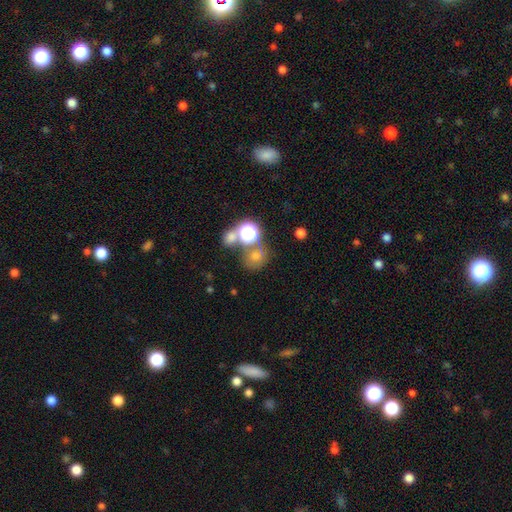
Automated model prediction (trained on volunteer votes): Q: Smooth or featured?
A: smooth (53%); runner-up: star or artifact (34%)
Q: How rounded?
A: round (80%); runner-up: in between (18%)
Q: Merging?
A: none (60%); runner-up: merger (22%)